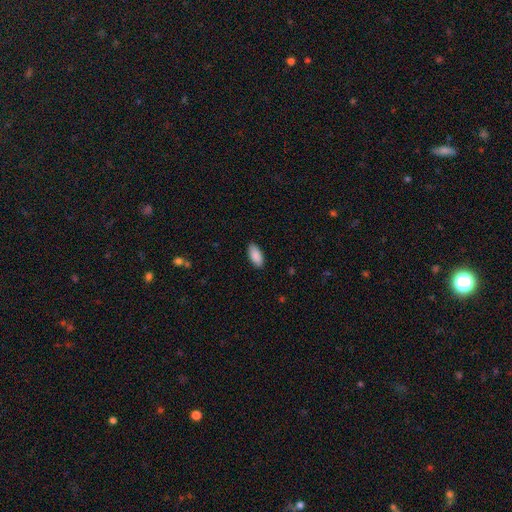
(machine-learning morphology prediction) smooth 90%, star or artifact 6%, featured or disk 4%. Down the decision tree: how rounded — in between (90%); merging — none (89%).